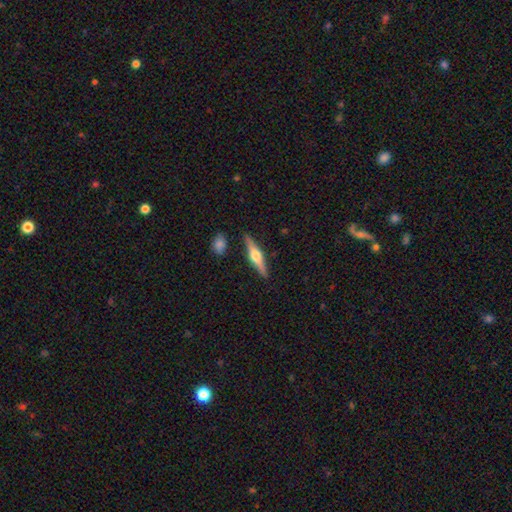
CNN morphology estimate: Smooth or featured?
  - featured or disk: 66% *
  - smooth: 29%
  - star or artifact: 5%
Edge-on disk?
  - yes: 97% *
  - no: 3%
Edge-on bulge?
  - rounded: 94% *
  - boxy: 4%
  - none: 2%
Merging?
  - none: 88% *
  - minor disturbance: 8%
  - merger: 2%
  - major disturbance: 2%